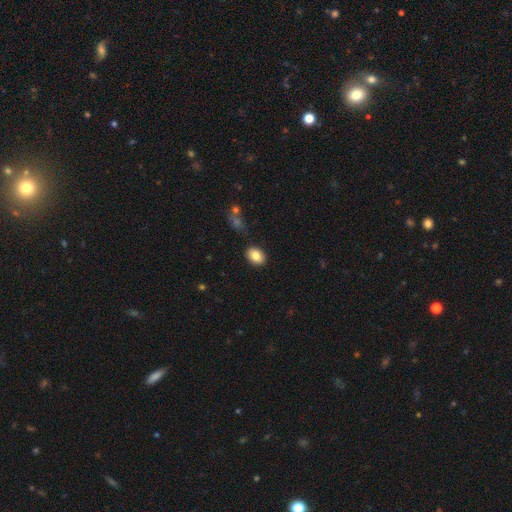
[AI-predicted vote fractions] The model was most divided on "how rounded": in between: 71%, round: 28%, cigar-shaped: 1%. More confident: merging — none (87%); smooth or featured — smooth (84%).